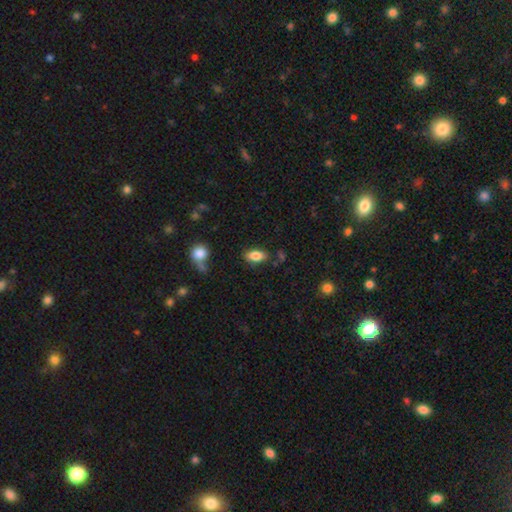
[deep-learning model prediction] Smooth or featured? smooth (83%)
How rounded? in between (91%)
Merging? none (79%)